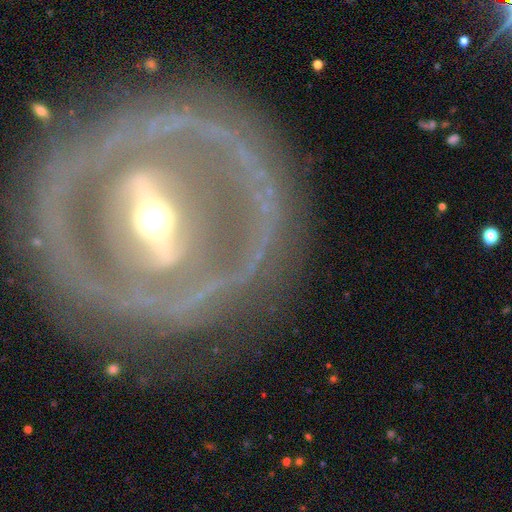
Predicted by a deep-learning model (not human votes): Smooth or featured: featured or disk — 84% (smooth — 9%)
Edge-on disk: no — 84% (yes — 16%)
Bar: strong — 72% (weak — 17%)
Spiral arms: no — 51% (yes — 49%)
Bulge size: moderate — 67% (small — 20%)
Merging: none — 76% (minor disturbance — 12%)